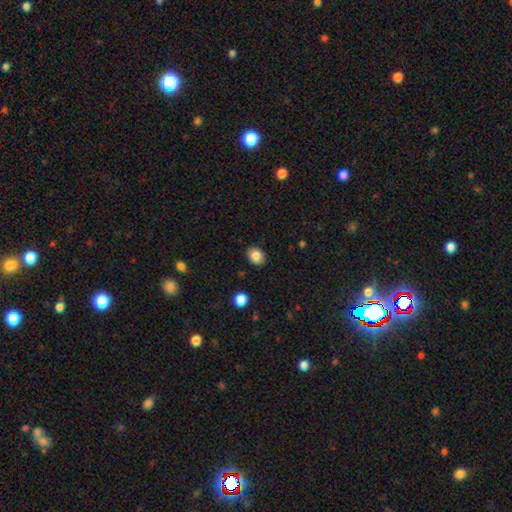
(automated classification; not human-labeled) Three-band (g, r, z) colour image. It shows a smooth galaxy with no disk features (85%) that is in between round and cigar-shaped (62%). Merging: none (87%).